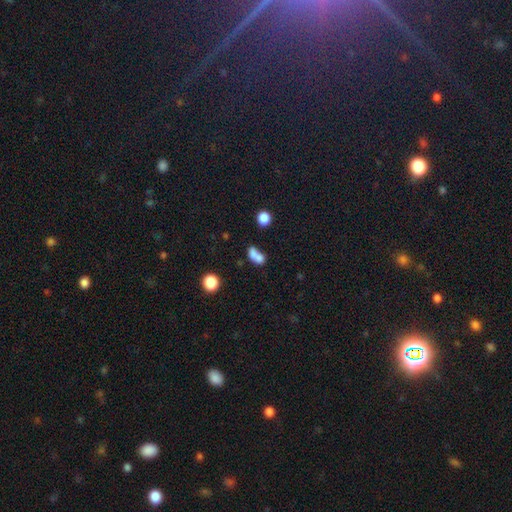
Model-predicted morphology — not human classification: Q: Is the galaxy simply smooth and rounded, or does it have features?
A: smooth — 72%.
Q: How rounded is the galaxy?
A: in between — 65%.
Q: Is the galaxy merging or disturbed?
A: merger — 55%.